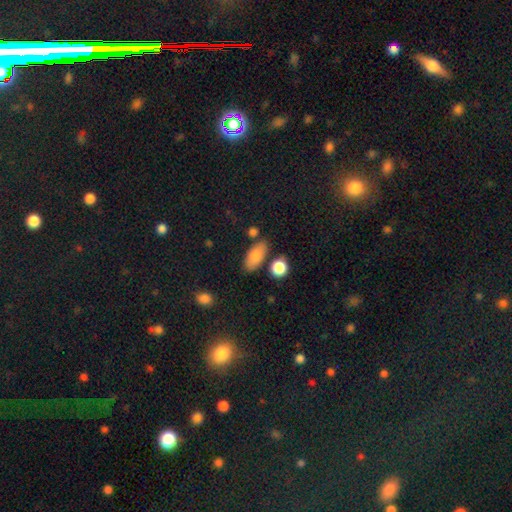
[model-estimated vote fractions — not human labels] This appears to be a smooth galaxy with no disk features (80%) that is in between round and cigar-shaped (87%). Merging: none (76%).